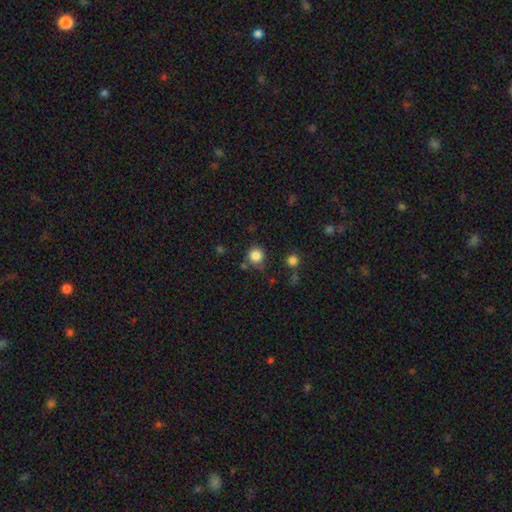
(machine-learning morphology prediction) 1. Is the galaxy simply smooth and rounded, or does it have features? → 84% smooth, 11% star or artifact, 5% featured or disk.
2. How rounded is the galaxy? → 92% round, 7% in between, 1% cigar-shaped.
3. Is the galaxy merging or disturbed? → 77% none, 14% minor disturbance, 6% merger, 4% major disturbance.